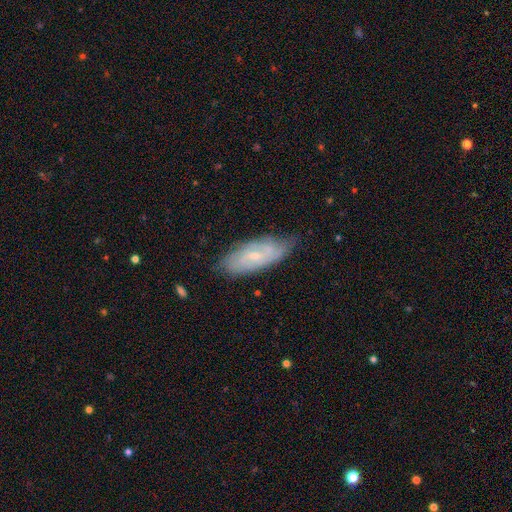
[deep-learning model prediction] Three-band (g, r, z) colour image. It shows a featured or disk galaxy (62%) with no bar (50%), spiral arms (84%) and a small central bulge (70%). Merging: none (70%).